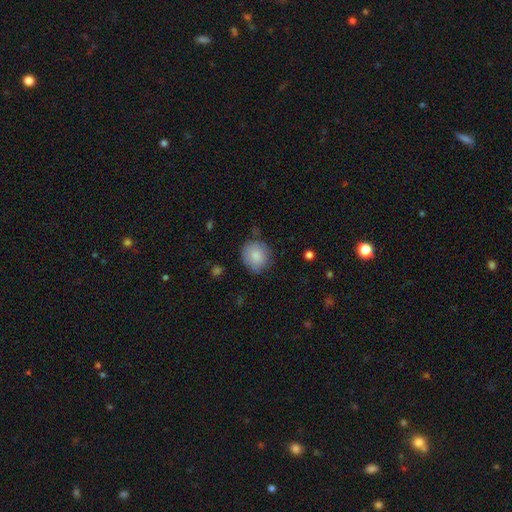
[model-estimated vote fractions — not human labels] smooth 85%, featured or disk 8%, star or artifact 7%. Down the decision tree: how rounded — round (83%); merging — none (75%).